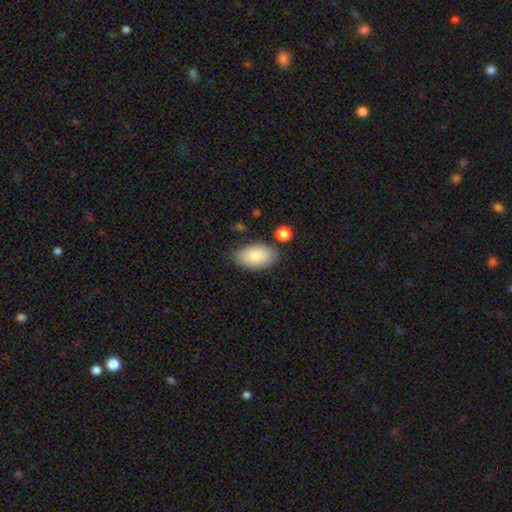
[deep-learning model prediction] Smooth or featured? Predicted: smooth (p=0.84). How rounded? Predicted: in between (p=0.94). Merging? Predicted: none (p=0.75).